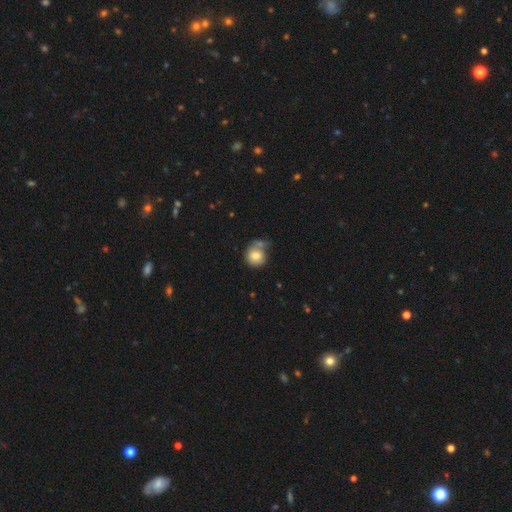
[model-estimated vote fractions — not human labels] The model was most divided on "merging": none: 42%, merger: 27%, minor disturbance: 19%, major disturbance: 12%. More confident: how rounded — round (80%); smooth or featured — smooth (79%).